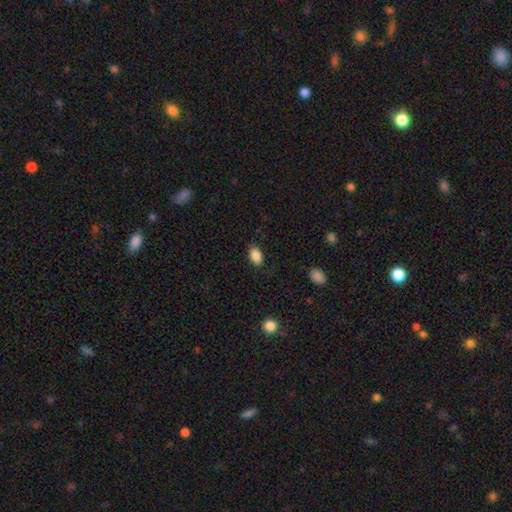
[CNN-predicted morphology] A smooth galaxy with no disk features (87%) that is in between round and cigar-shaped (89%).

Vote fractions:
- Smooth or featured? smooth: 87% / star or artifact: 8% / featured or disk: 5%
- How rounded? in between: 89% / round: 9% / cigar-shaped: 2%
- Merging? none: 83% / minor disturbance: 13% / major disturbance: 3% / merger: 1%